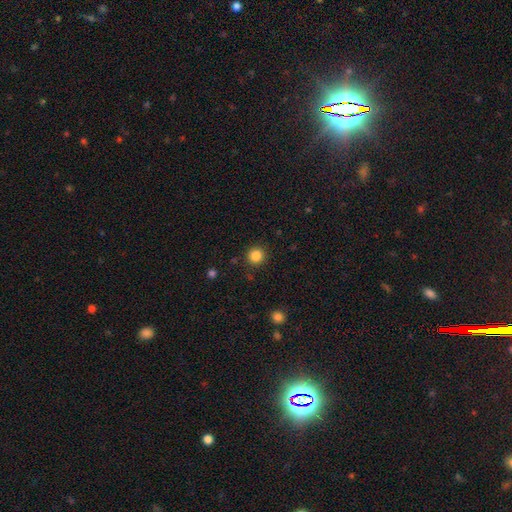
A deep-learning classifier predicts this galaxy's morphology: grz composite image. It shows a smooth galaxy with no disk features (85%) that is round (93%). Merging: none (90%).